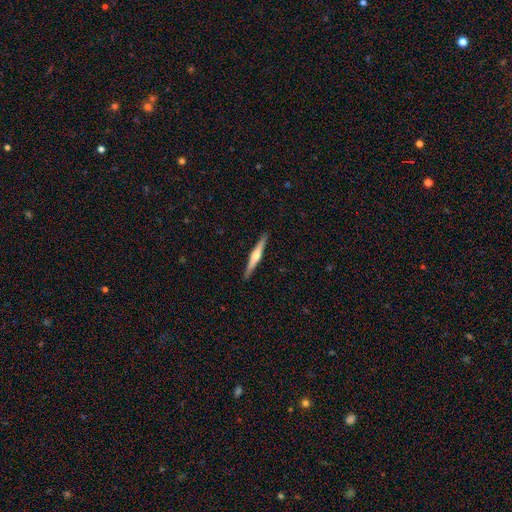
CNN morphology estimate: Smooth or featured? featured or disk (69%)
Edge-on disk? yes (98%)
Edge-on bulge? rounded (86%)
Merging? none (92%)